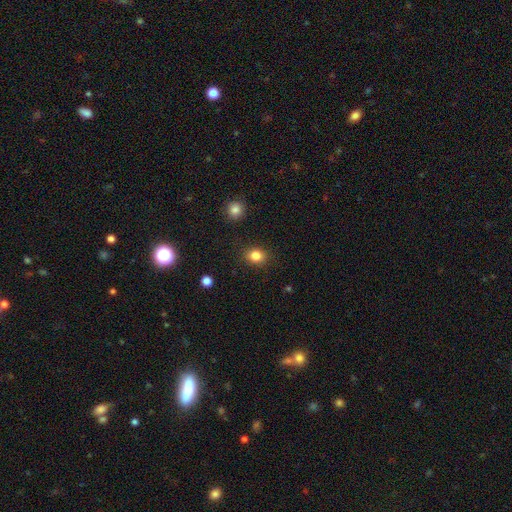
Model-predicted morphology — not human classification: Smooth or featured: smooth — 84% (star or artifact — 11%)
How rounded: round — 63% (in between — 36%)
Merging: none — 88% (minor disturbance — 8%)